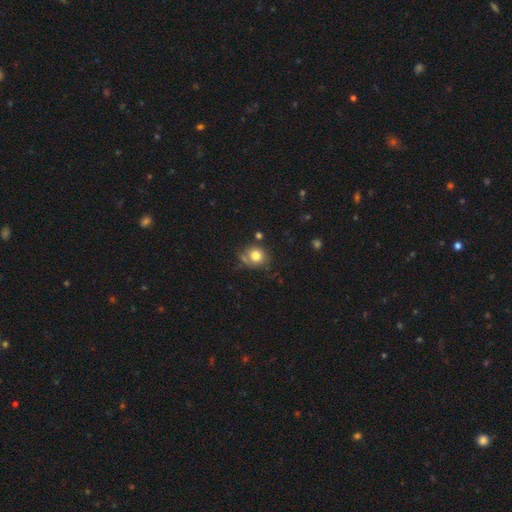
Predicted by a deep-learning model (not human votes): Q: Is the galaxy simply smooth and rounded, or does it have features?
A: smooth — 78%.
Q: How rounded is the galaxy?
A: round — 83%.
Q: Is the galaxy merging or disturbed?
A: none — 63%.